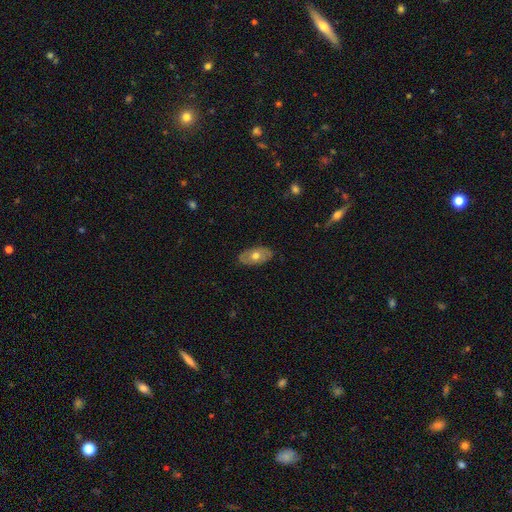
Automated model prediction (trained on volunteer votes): Smooth or featured? Predicted: smooth (p=0.53). How rounded? Predicted: in between (p=0.92). Merging? Predicted: none (p=0.84).